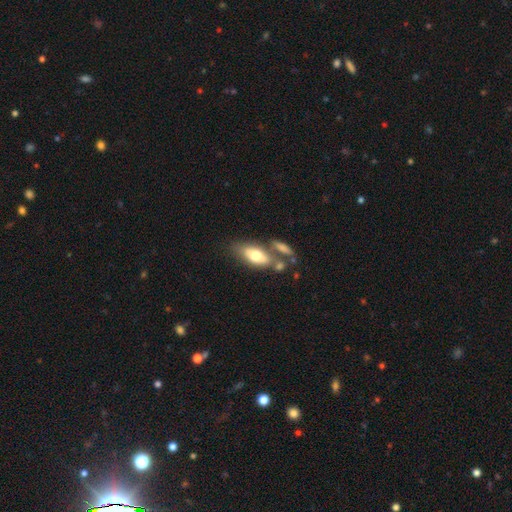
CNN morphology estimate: Smooth or featured?
  - smooth: 66% *
  - featured or disk: 28%
  - star or artifact: 6%
How rounded?
  - in between: 82% *
  - cigar-shaped: 14%
  - round: 4%
Merging?
  - none: 48% *
  - merger: 30%
  - minor disturbance: 15%
  - major disturbance: 7%